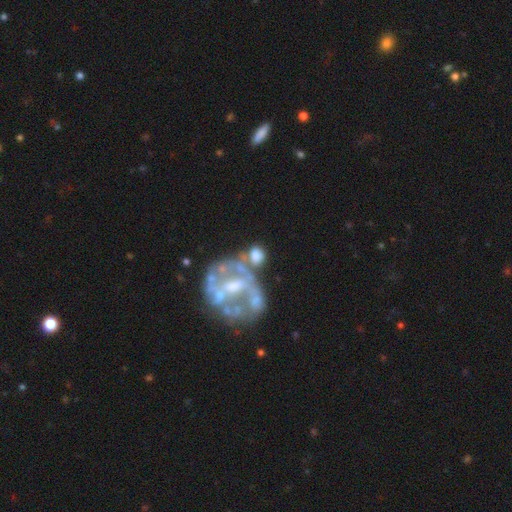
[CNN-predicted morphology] type=featured or disk (53%); edge-on=no (97%); bar=no (64%); spiral arms=no (77%); bulge=none (39%); merging=merger (36%).